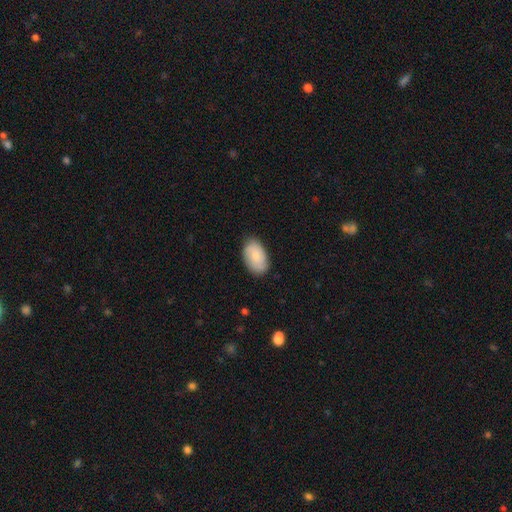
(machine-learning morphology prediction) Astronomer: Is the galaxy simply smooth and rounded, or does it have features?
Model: smooth — 73%.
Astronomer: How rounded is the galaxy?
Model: in between — 92%.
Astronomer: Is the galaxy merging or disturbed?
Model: none — 81%.